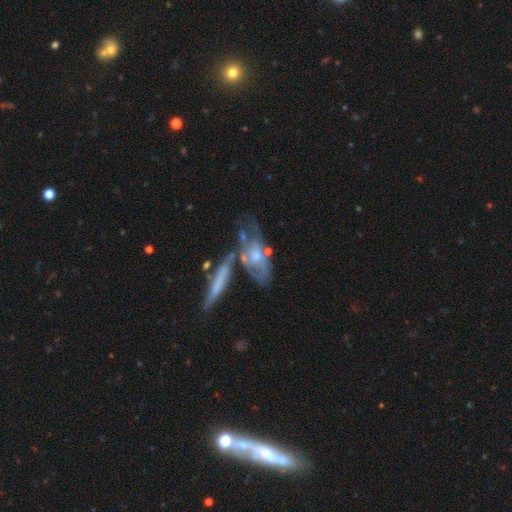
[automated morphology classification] This appears to be a featured or disk galaxy (61%). Merging: none (33%).